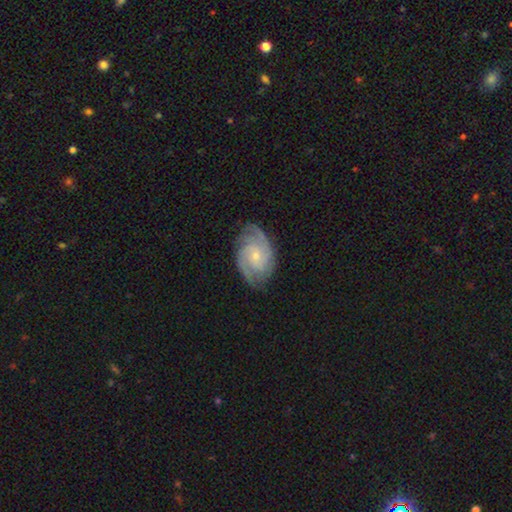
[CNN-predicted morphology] Q: Smooth or featured?
A: featured or disk (86%); runner-up: smooth (9%)
Q: Edge-on disk?
A: no (98%); runner-up: yes (2%)
Q: Bar?
A: no (64%); runner-up: weak (31%)
Q: Spiral arms?
A: yes (97%); runner-up: no (3%)
Q: Spiral winding?
A: tight (55%); runner-up: medium (38%)
Q: Spiral arm count?
A: 2 (41%); runner-up: 3 (27%)
Q: Bulge size?
A: small (71%); runner-up: moderate (25%)
Q: Merging?
A: none (77%); runner-up: minor disturbance (17%)